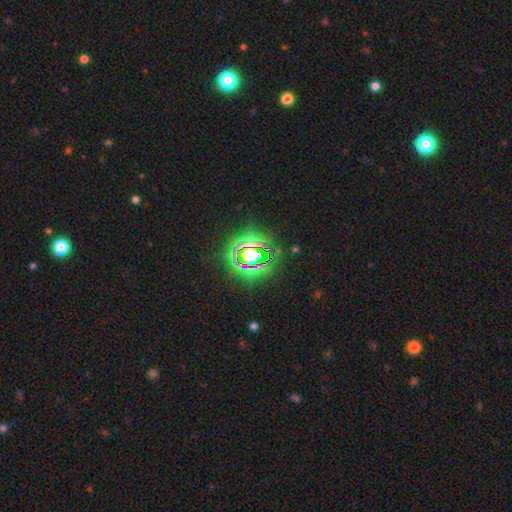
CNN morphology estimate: Overall: star or artifact (75%).